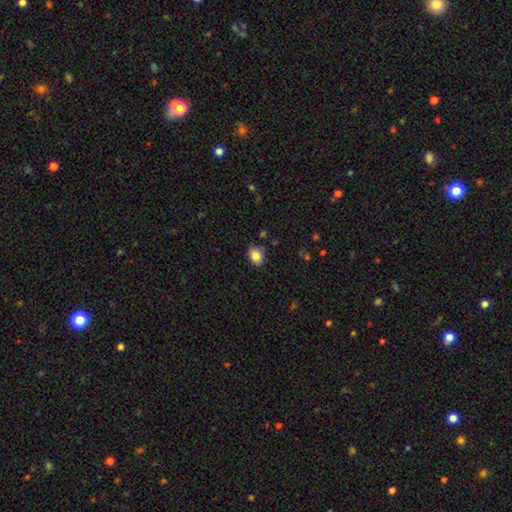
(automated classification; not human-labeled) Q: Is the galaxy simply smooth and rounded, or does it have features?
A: smooth — 84%.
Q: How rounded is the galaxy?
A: in between — 65%.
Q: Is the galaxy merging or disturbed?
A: none — 82%.